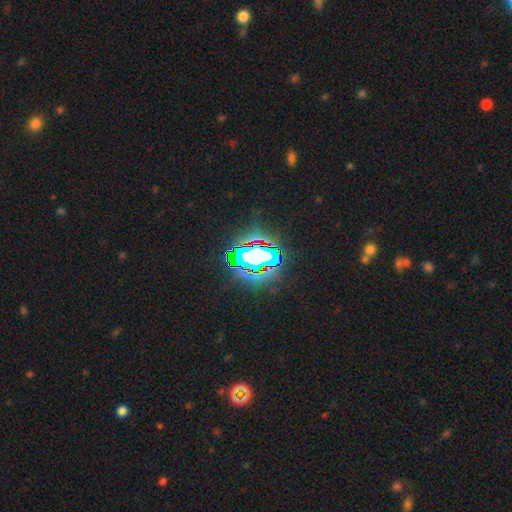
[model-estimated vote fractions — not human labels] smooth-or-featured: star or artifact: 66% | smooth: 17% | featured or disk: 17%